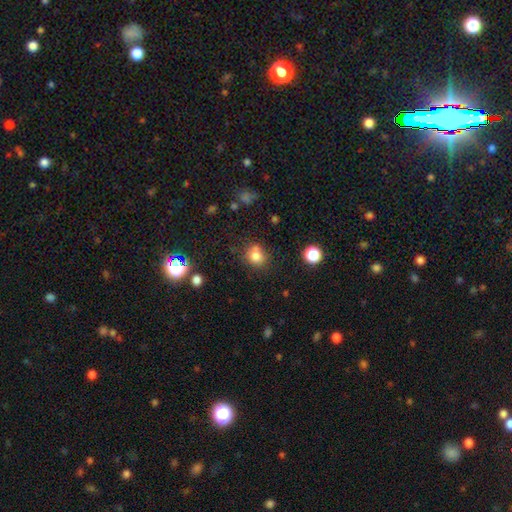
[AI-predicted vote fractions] Smooth or featured? smooth (78%)
How rounded? round (74%)
Merging? none (61%)